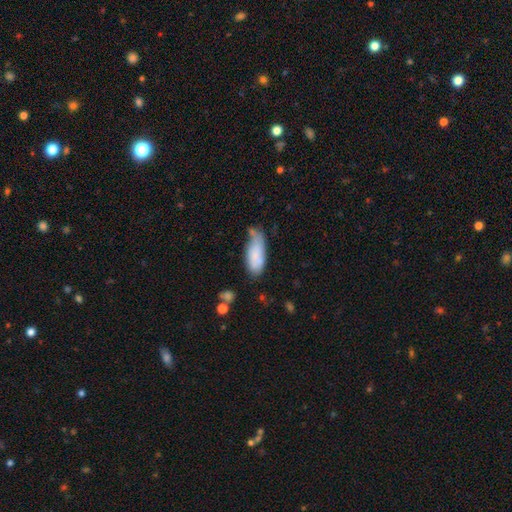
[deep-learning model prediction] A smooth galaxy with no disk features (75%) that is in between round and cigar-shaped (79%).

Vote fractions:
- Smooth or featured? smooth: 75% / featured or disk: 18% / star or artifact: 7%
- How rounded? in between: 79% / cigar-shaped: 19% / round: 2%
- Merging? none: 43% / minor disturbance: 34% / merger: 12% / major disturbance: 12%